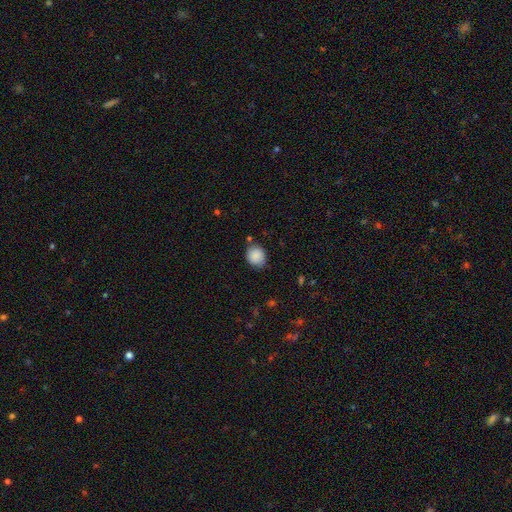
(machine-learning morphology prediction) Smooth or featured? Predicted: smooth (p=0.88). How rounded? Predicted: round (p=0.76). Merging? Predicted: none (p=0.78).